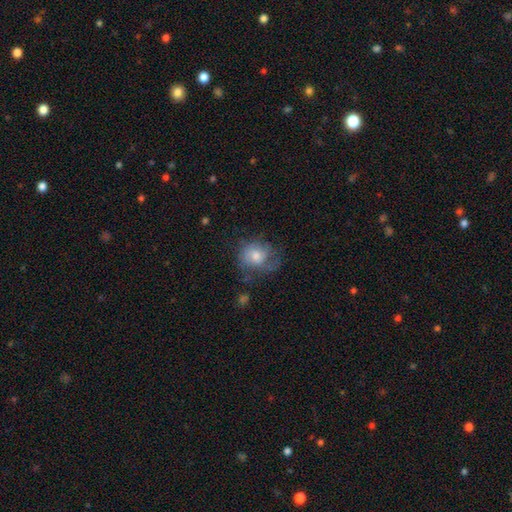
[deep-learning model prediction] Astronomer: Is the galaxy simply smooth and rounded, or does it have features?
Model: smooth — 47% (runner-up: featured or disk, 43%).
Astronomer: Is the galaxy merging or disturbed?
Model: none — 50% (runner-up: minor disturbance, 26%).